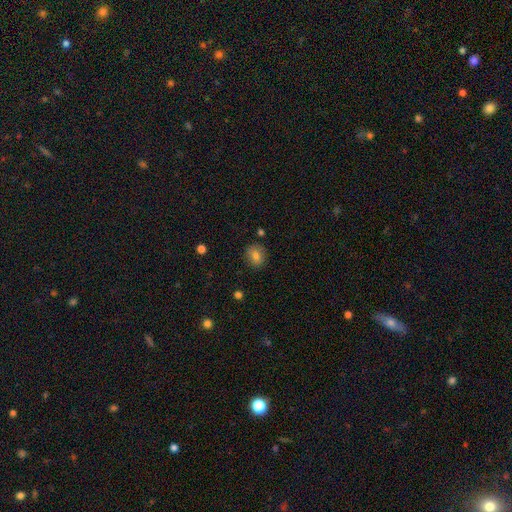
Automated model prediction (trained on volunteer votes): Smooth or featured?
  - smooth: 78% *
  - featured or disk: 11%
  - star or artifact: 10%
How rounded?
  - round: 69% *
  - in between: 30%
  - cigar-shaped: 1%
Merging?
  - none: 85% *
  - minor disturbance: 10%
  - major disturbance: 3%
  - merger: 2%